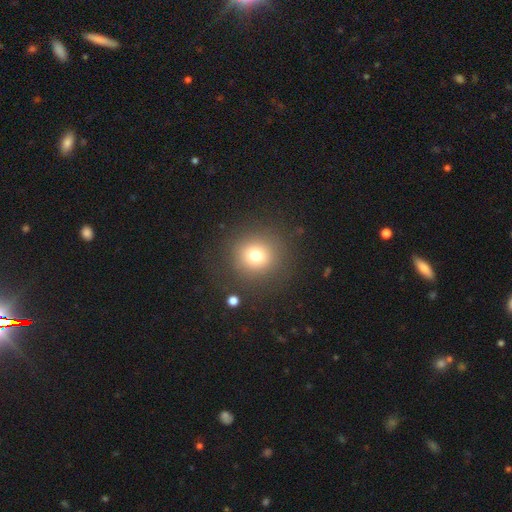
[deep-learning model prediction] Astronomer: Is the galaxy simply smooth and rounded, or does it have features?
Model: smooth — 75%.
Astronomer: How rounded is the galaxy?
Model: round — 92%.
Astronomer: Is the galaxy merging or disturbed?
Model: none — 84%.